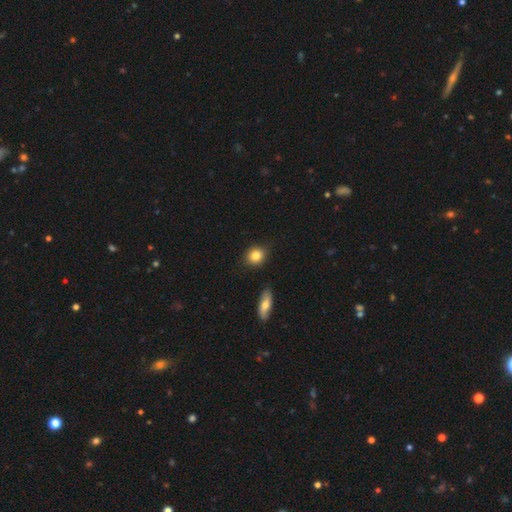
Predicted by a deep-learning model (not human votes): This appears to be a smooth galaxy with no disk features (84%) that is round (73%). Merging: none (85%).